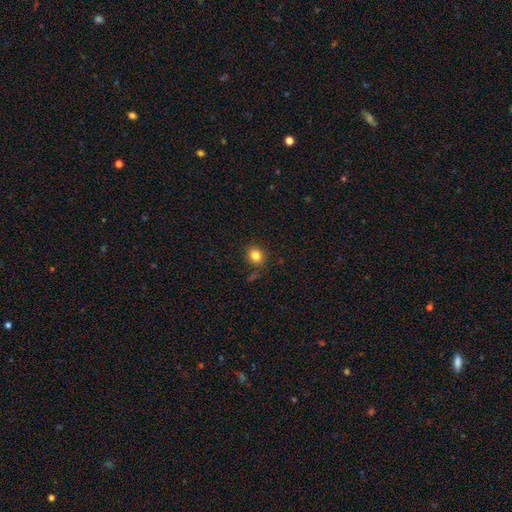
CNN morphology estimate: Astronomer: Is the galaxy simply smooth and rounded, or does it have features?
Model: smooth — 82%.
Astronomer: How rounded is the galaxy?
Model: round — 66%.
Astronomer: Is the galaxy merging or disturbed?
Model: none — 85%.